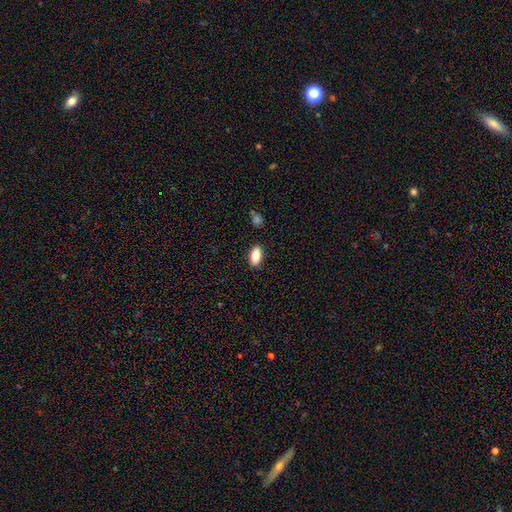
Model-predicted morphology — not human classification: smooth_or_featured: smooth (p=0.80) [alt: featured or disk p=0.13]
how_rounded: in between (p=0.87) [alt: cigar-shaped p=0.10]
merging: none (p=0.88) [alt: minor disturbance p=0.08]